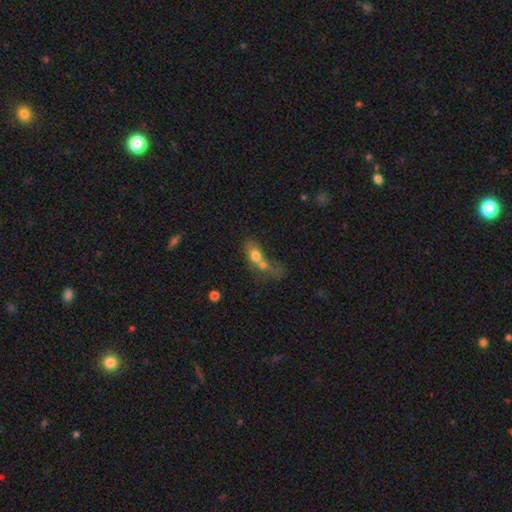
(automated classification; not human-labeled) This appears to be a smooth galaxy with no disk features (65%) that is in between round and cigar-shaped (66%). Merging: merger (68%).